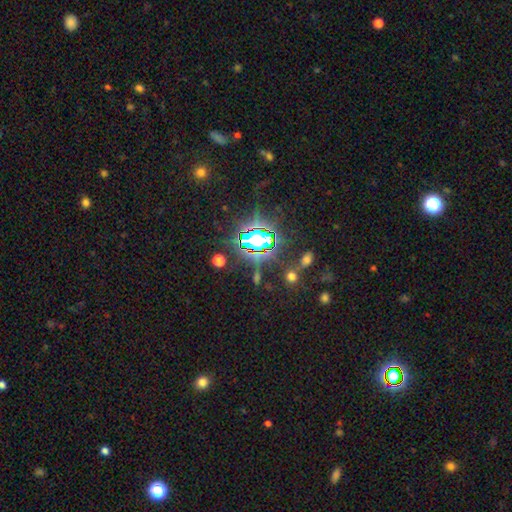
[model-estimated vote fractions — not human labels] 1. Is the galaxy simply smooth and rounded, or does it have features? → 78% star or artifact, 13% smooth, 9% featured or disk.